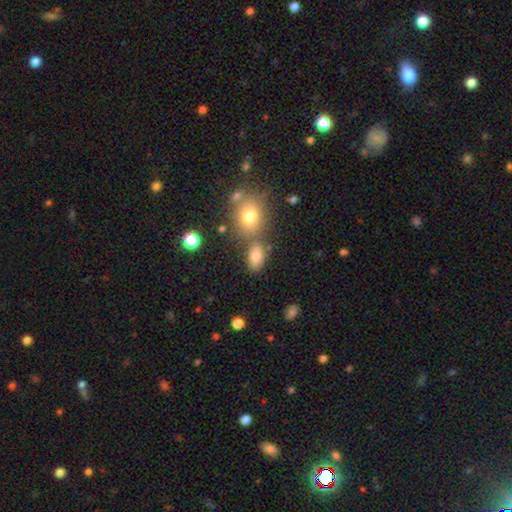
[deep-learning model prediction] The model was most divided on "merging": none: 64%, merger: 18%, minor disturbance: 13%, major disturbance: 5%. More confident: how rounded — in between (85%); smooth or featured — smooth (77%).